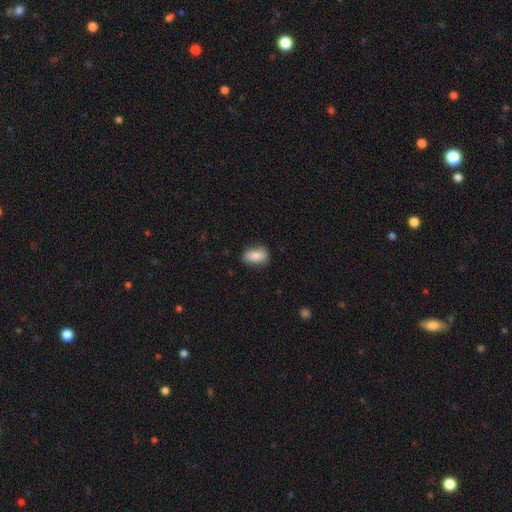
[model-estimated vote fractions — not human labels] This appears to be a smooth galaxy with no disk features (82%) that is in between round and cigar-shaped (88%). Merging: none (76%).